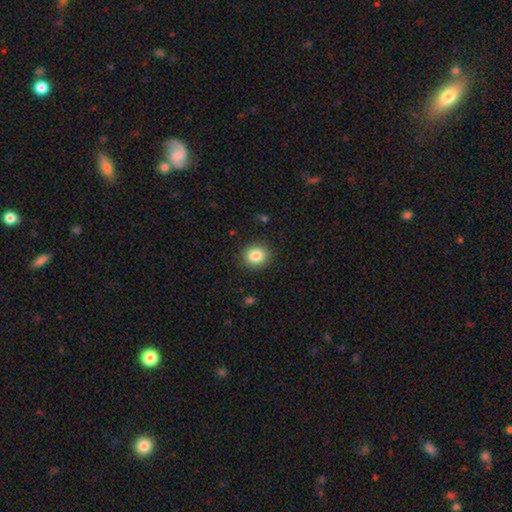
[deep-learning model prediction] Smooth or featured?
  - smooth: 85% *
  - star or artifact: 10%
  - featured or disk: 6%
How rounded?
  - round: 85% *
  - in between: 14%
  - cigar-shaped: 1%
Merging?
  - none: 90% *
  - minor disturbance: 7%
  - major disturbance: 2%
  - merger: 1%